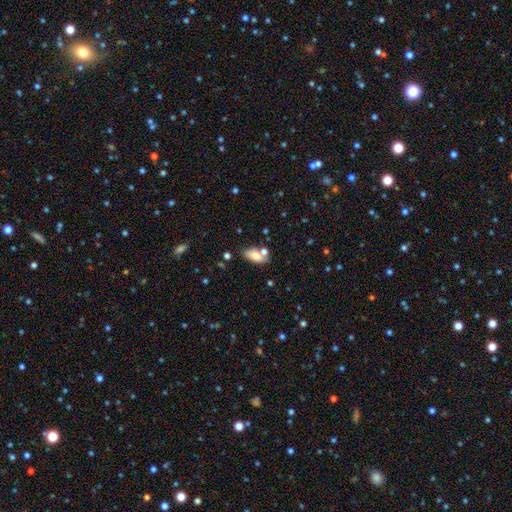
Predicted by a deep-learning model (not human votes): Morphology: type=smooth (76%); roundness=in between (87%); merging=none (57%).